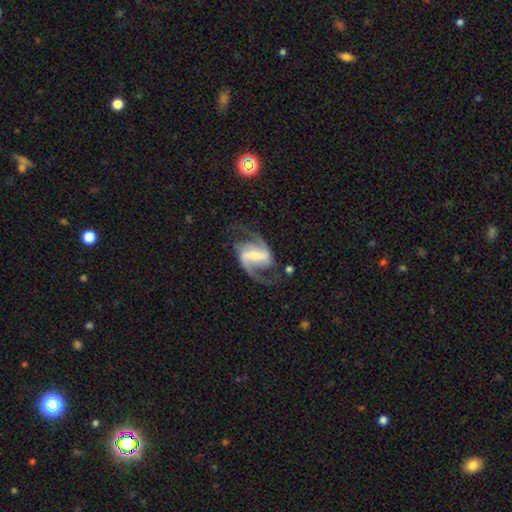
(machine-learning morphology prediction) Smooth or featured? Predicted: featured or disk (p=0.91). Edge-on disk? Predicted: no (p=0.98). Bar? Predicted: strong (p=0.62). Spiral arms? Predicted: yes (p=0.98). Spiral winding? Predicted: medium (p=0.51). Spiral arm count? Predicted: 2 (p=0.93). Bulge size? Predicted: small (p=0.42). Merging? Predicted: none (p=0.74).